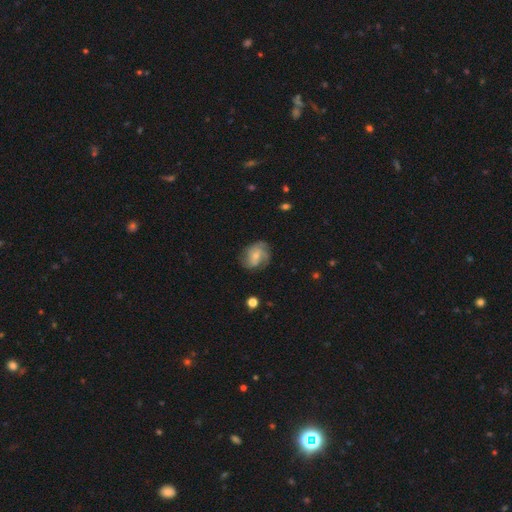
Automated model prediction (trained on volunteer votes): Morphology: type=featured or disk (70%); edge-on=no (98%); bar=no (63%); spiral arms=yes (92%); winding=medium (44%); arm count=3 (39%); bulge=small (54%); merging=none (68%).